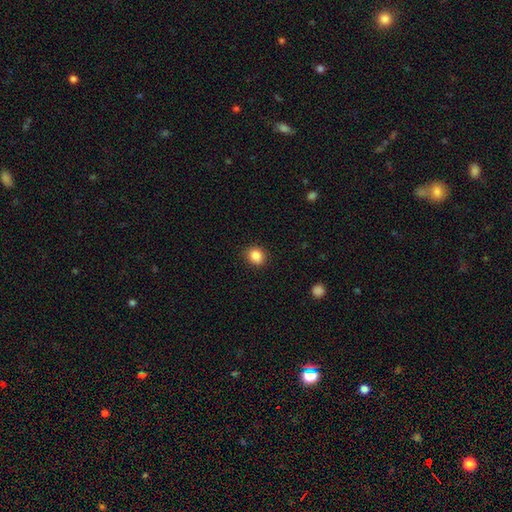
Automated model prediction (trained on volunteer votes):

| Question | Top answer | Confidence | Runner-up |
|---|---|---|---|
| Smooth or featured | smooth | 86% | star or artifact (10%) |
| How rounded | round | 73% | in between (26%) |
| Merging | none | 89% | minor disturbance (8%) |